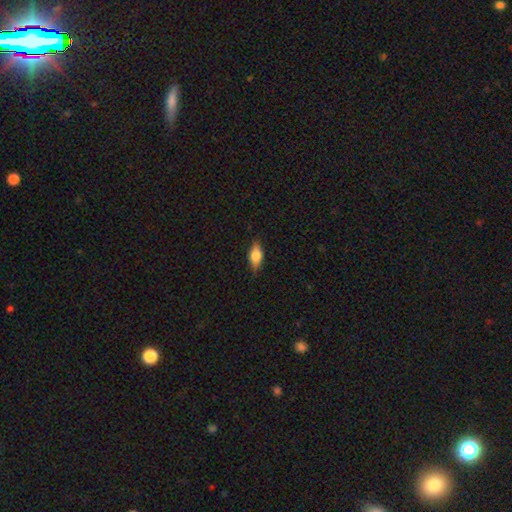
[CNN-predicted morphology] Smooth or featured? smooth (69%)
How rounded? in between (81%)
Merging? none (82%)